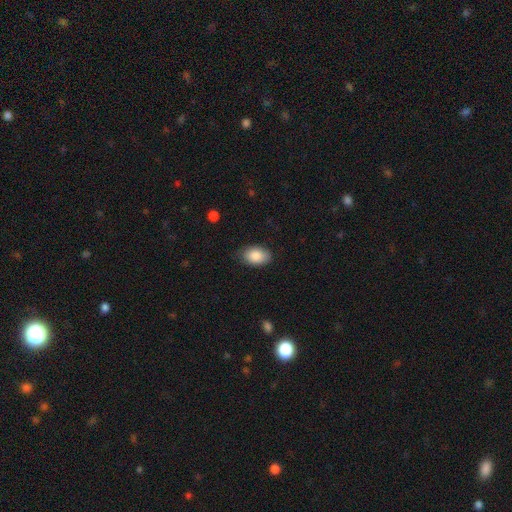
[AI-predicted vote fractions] Smooth or featured? smooth (87%)
How rounded? in between (90%)
Merging? none (80%)